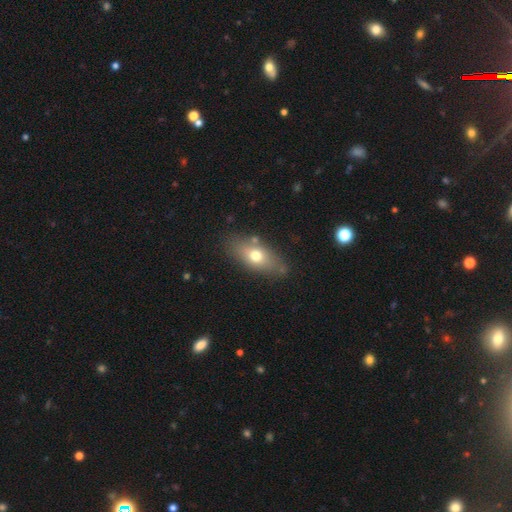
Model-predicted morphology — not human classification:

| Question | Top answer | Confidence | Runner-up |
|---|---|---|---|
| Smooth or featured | smooth | 68% | featured or disk (23%) |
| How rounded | in between | 80% | cigar-shaped (11%) |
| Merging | none | 76% | minor disturbance (15%) |